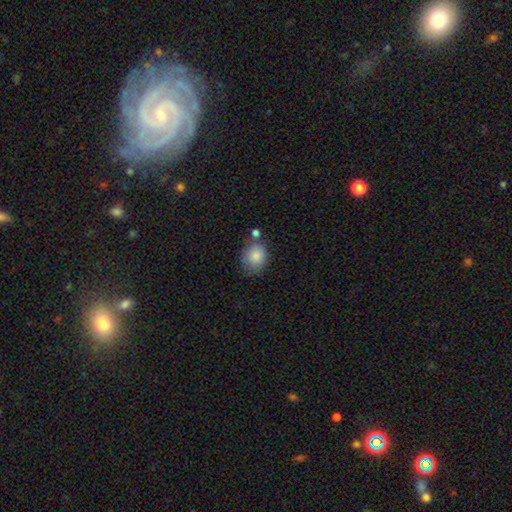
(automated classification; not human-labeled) Morphology: type=smooth (85%); roundness=round (59%); merging=none (60%).